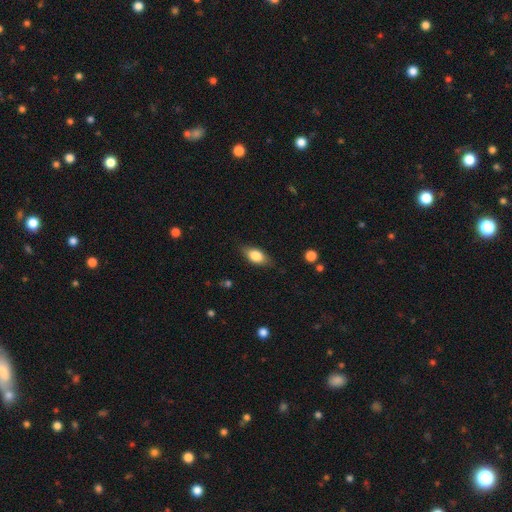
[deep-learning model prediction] This appears to be a smooth galaxy with no disk features (78%) that is in between round and cigar-shaped (86%). Merging: none (80%).